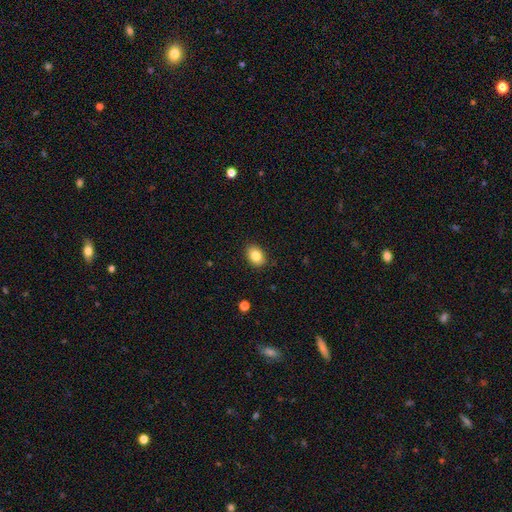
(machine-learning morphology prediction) Smooth or featured?
  - smooth: 84% *
  - star or artifact: 9%
  - featured or disk: 7%
How rounded?
  - in between: 73% *
  - round: 26%
  - cigar-shaped: 1%
Merging?
  - none: 88% *
  - minor disturbance: 9%
  - major disturbance: 2%
  - merger: 1%